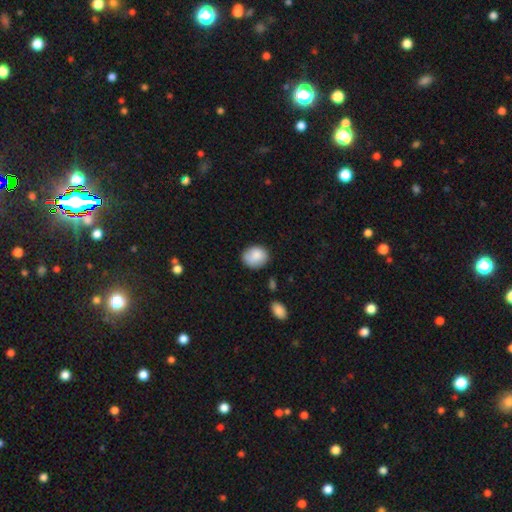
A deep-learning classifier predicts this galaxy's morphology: Smooth or featured?
  - smooth: 84% *
  - featured or disk: 8%
  - star or artifact: 7%
How rounded?
  - round: 59% *
  - in between: 40%
  - cigar-shaped: 1%
Merging?
  - none: 72% *
  - minor disturbance: 20%
  - major disturbance: 4%
  - merger: 3%